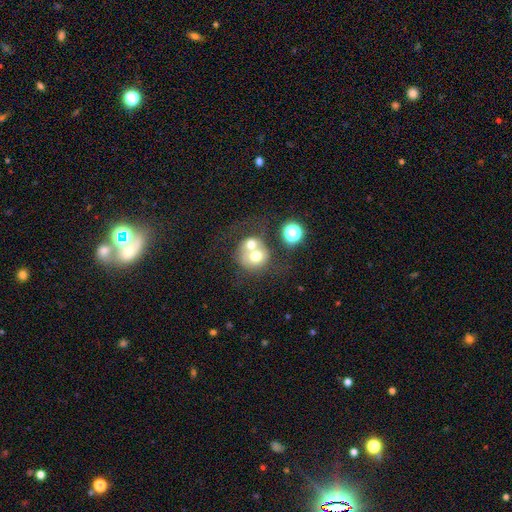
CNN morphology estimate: smooth 61%, featured or disk 27%, star or artifact 12%. Down the decision tree: how rounded — round (82%); merging — merger (61%).